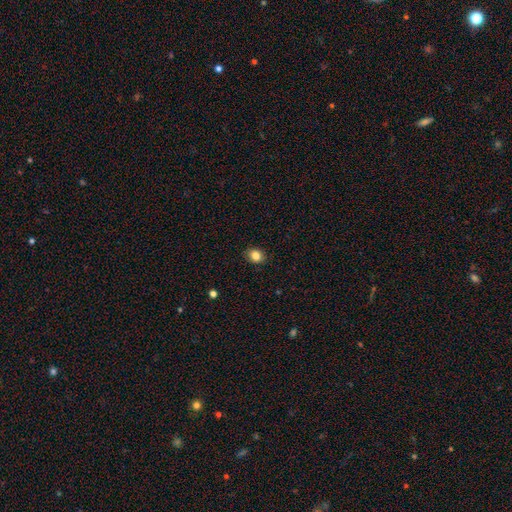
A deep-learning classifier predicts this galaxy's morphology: Smooth or featured?
  - smooth: 84% *
  - star or artifact: 10%
  - featured or disk: 6%
How rounded?
  - round: 55% *
  - in between: 44%
  - cigar-shaped: 1%
Merging?
  - none: 88% *
  - minor disturbance: 9%
  - major disturbance: 2%
  - merger: 1%